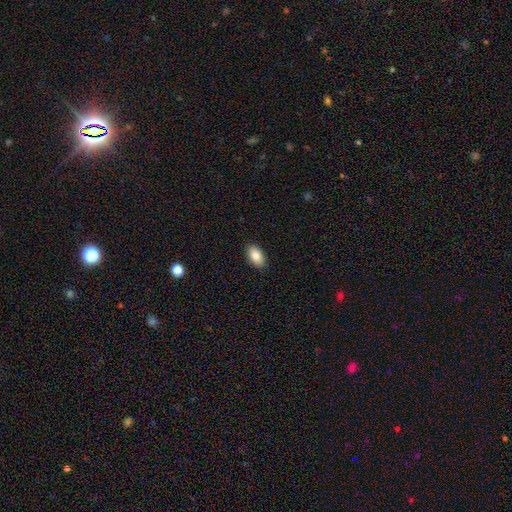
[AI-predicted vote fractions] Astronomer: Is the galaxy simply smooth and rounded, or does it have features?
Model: smooth — 86%.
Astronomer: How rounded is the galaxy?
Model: in between — 93%.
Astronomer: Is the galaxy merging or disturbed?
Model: none — 89%.